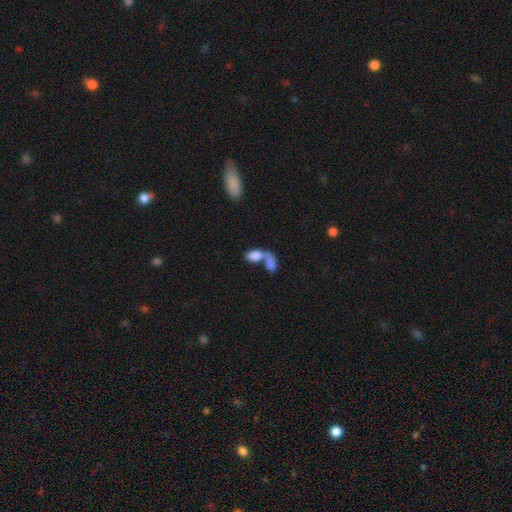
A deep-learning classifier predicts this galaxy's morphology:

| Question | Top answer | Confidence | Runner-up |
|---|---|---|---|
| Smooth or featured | smooth | 79% | featured or disk (13%) |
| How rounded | in between | 88% | round (8%) |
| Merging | merger | 69% | none (18%) |